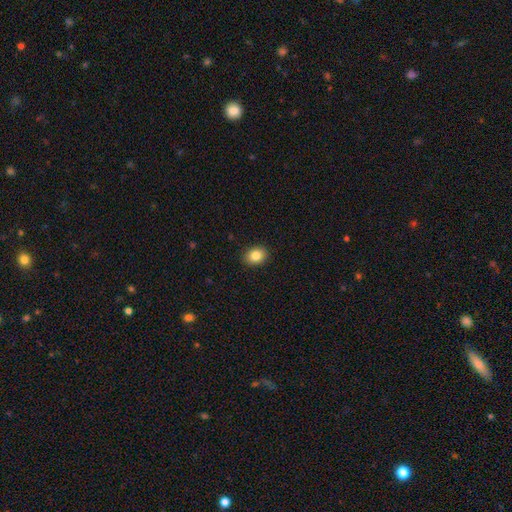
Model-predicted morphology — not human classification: Overall: smooth (85%). How rounded: in between (56%; round 43%). Merging: none (90%).